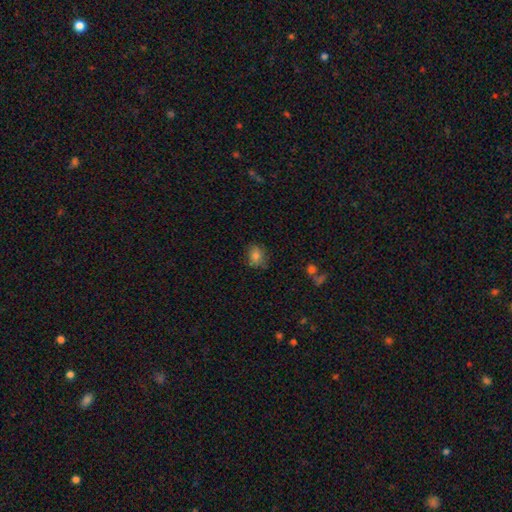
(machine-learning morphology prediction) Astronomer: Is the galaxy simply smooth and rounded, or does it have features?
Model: smooth — 81%.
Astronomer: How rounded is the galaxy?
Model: round — 56% (runner-up: in between, 43%).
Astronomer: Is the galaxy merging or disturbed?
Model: none — 75%.